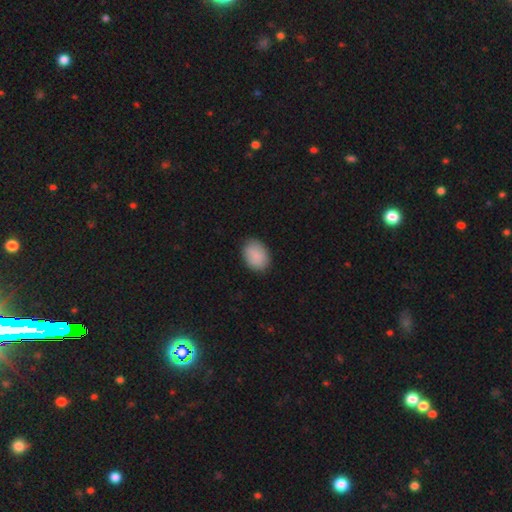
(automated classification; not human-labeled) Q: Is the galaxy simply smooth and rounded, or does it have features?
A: smooth — 89%.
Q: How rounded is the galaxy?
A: in between — 76%.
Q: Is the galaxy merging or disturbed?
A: none — 86%.